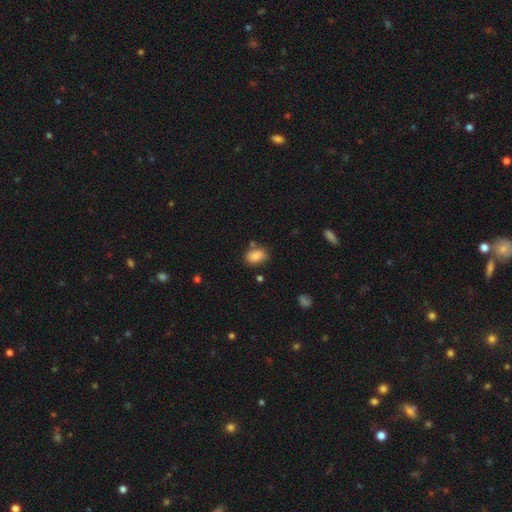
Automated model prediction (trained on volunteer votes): A smooth galaxy with no disk features (84%) that is in between round and cigar-shaped (82%). Merging: none (69%).